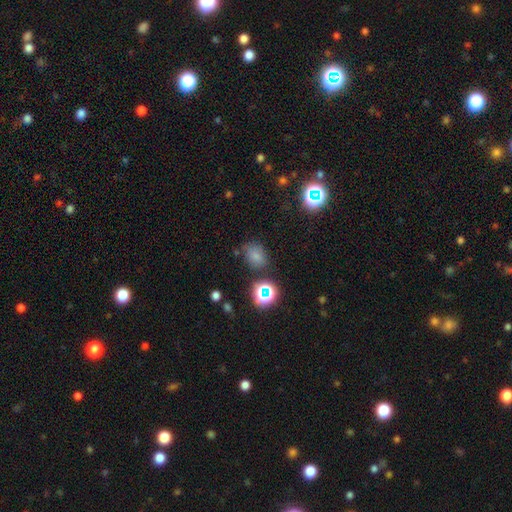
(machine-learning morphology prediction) Q: Smooth or featured?
A: smooth (70%); runner-up: star or artifact (22%)
Q: How rounded?
A: in between (62%); runner-up: round (37%)
Q: Merging?
A: none (67%); runner-up: minor disturbance (20%)